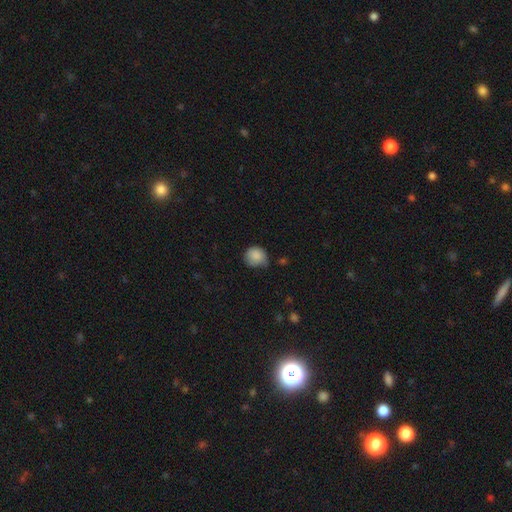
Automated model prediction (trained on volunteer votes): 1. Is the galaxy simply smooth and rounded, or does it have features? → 87% smooth, 8% star or artifact, 5% featured or disk.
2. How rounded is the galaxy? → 85% round, 14% in between, 1% cigar-shaped.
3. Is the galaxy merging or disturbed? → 59% none, 33% minor disturbance, 6% major disturbance, 2% merger.